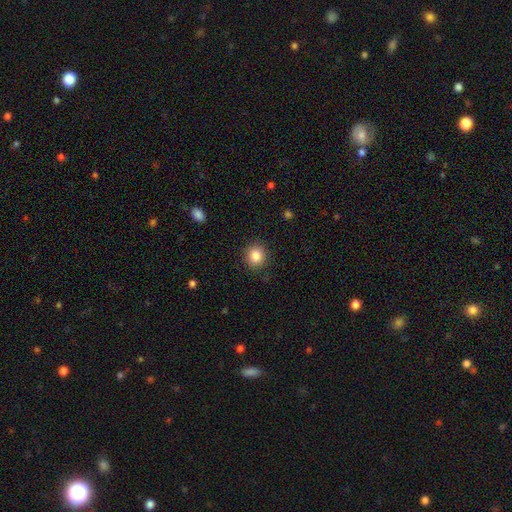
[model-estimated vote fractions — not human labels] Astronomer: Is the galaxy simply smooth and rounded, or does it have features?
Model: smooth — 85%.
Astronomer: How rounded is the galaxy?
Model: round — 88%.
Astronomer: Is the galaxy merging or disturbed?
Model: none — 89%.